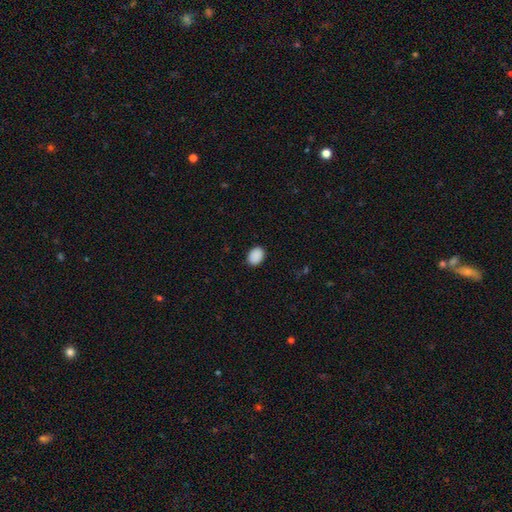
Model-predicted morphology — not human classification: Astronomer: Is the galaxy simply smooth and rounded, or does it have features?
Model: smooth — 90%.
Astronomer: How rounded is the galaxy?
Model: in between — 67%.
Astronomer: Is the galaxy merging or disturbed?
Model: none — 88%.